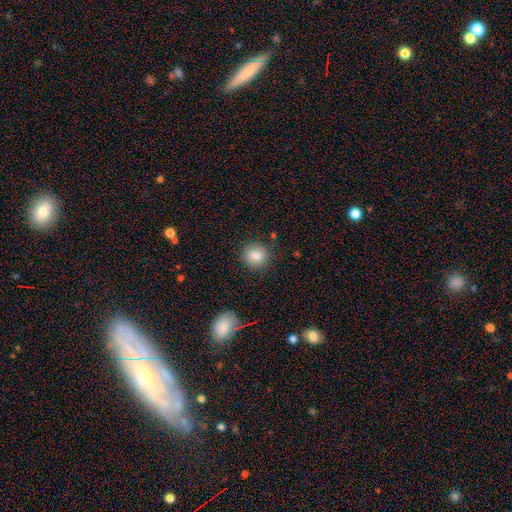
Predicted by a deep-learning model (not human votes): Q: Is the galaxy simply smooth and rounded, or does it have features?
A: smooth — 84%.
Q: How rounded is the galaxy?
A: round — 84%.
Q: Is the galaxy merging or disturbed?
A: none — 86%.